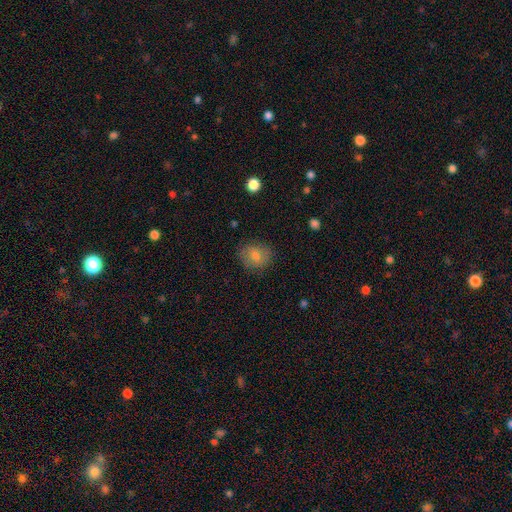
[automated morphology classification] smooth-or-featured: smooth: 78% | featured or disk: 13% | star or artifact: 9%
  how-rounded: round: 69% | in between: 30% | cigar-shaped: 1%
  merging: none: 80% | minor disturbance: 15% | major disturbance: 5% | merger: 1%